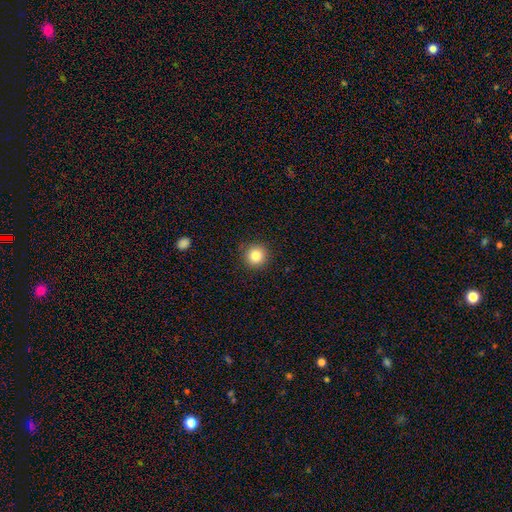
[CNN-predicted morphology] This appears to be a smooth galaxy with no disk features (83%) that is round (95%). Merging: none (91%).